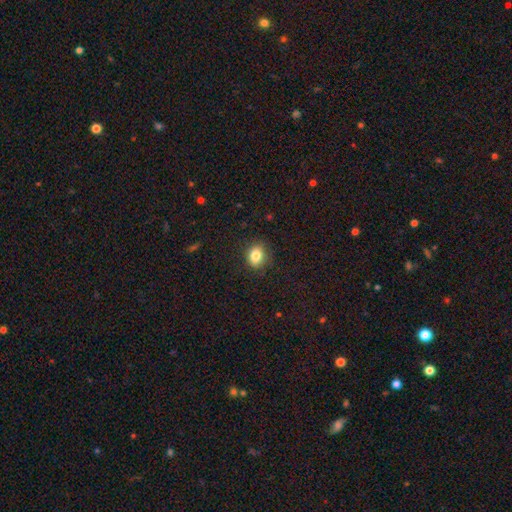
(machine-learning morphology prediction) Smooth or featured? Predicted: smooth (p=0.84). How rounded? Predicted: in between (p=0.54). Merging? Predicted: none (p=0.83).